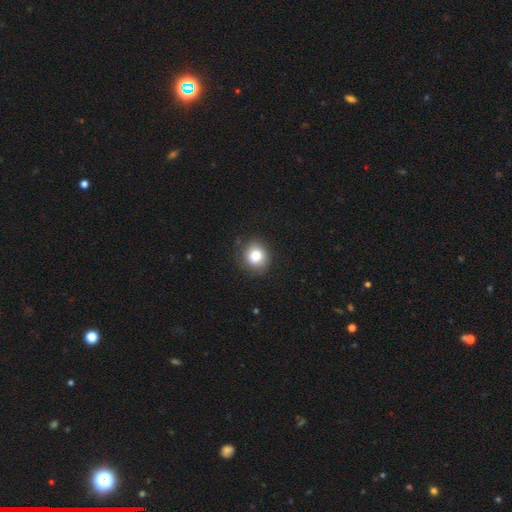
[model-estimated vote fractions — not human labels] Smooth or featured?
  - smooth: 81% *
  - star or artifact: 10%
  - featured or disk: 9%
How rounded?
  - round: 81% *
  - in between: 18%
  - cigar-shaped: 1%
Merging?
  - none: 83% *
  - minor disturbance: 12%
  - major disturbance: 3%
  - merger: 1%